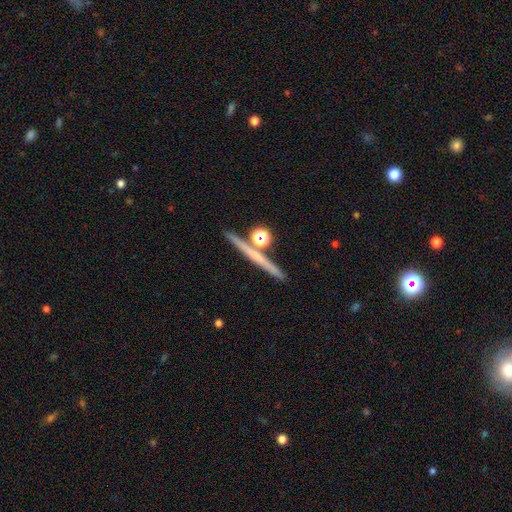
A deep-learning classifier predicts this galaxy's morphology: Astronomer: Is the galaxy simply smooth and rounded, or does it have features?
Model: featured or disk — 49% (runner-up: smooth, 39%).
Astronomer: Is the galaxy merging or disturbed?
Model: none — 79%.